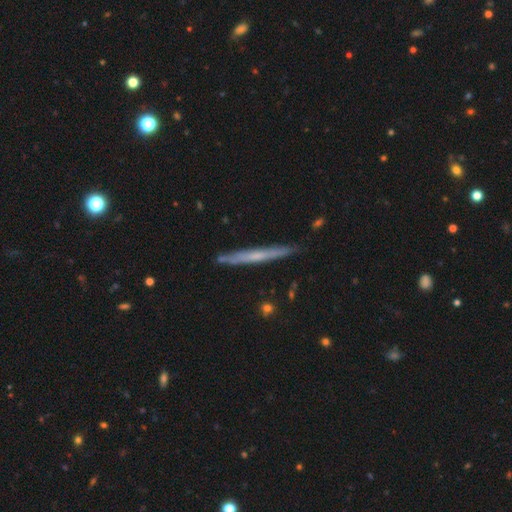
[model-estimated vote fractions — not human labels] A featured or disk galaxy (56%) viewed edge-on (96%) with no central bulge (73%). Merging: none (88%).